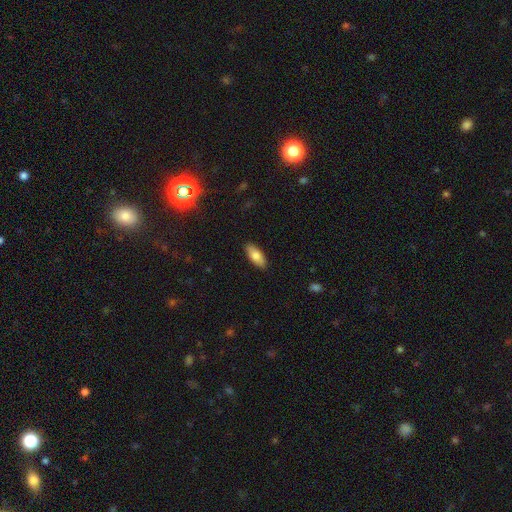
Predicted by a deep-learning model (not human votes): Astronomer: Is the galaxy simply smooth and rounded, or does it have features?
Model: smooth — 80%.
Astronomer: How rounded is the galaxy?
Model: in between — 79%.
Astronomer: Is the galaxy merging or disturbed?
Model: none — 89%.